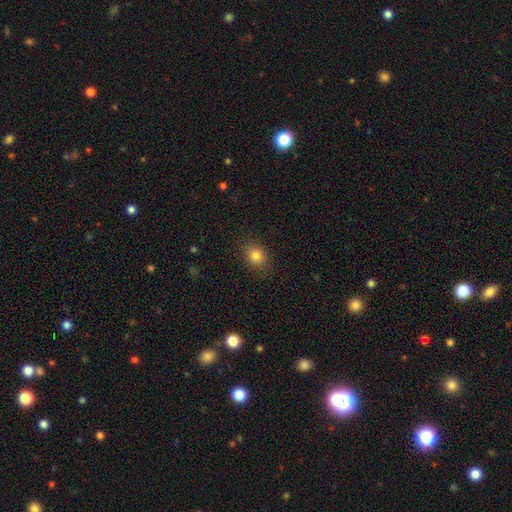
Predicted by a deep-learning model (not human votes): smooth_or_featured: smooth (p=0.83) [alt: star or artifact p=0.11]
how_rounded: in between (p=0.52) [alt: round p=0.47]
merging: none (p=0.87) [alt: minor disturbance p=0.09]